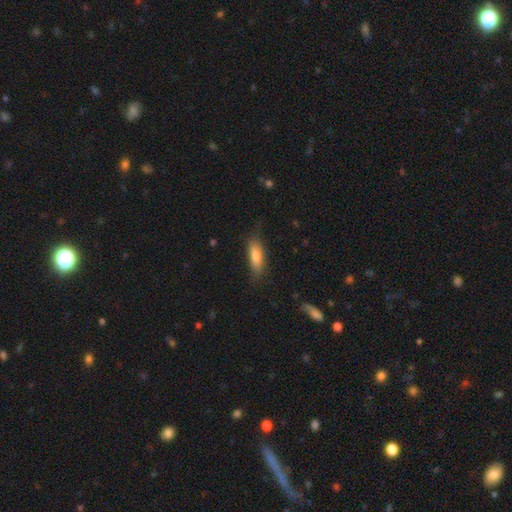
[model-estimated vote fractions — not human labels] The model was most divided on "how rounded": in between: 53%, cigar-shaped: 45%, round: 2%. More confident: smooth or featured — smooth (76%); merging — none (72%).